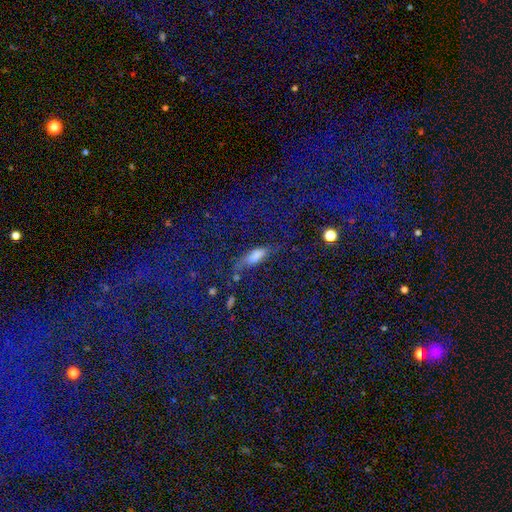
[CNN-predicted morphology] A star or artifact, not a galaxy (39%).